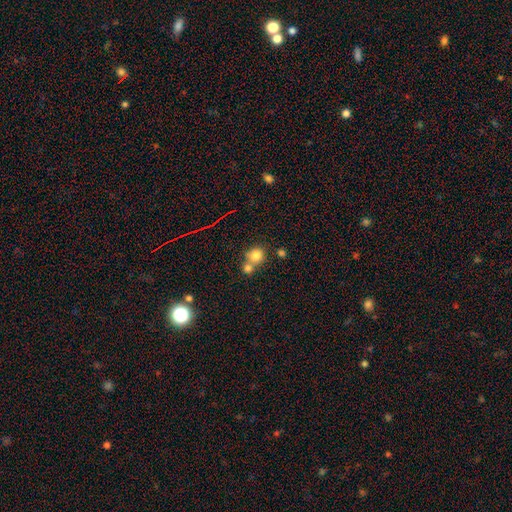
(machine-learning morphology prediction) Smooth or featured: smooth — 78% (star or artifact — 12%)
How rounded: round — 85% (in between — 14%)
Merging: merger — 45% (tied with none — 45%)